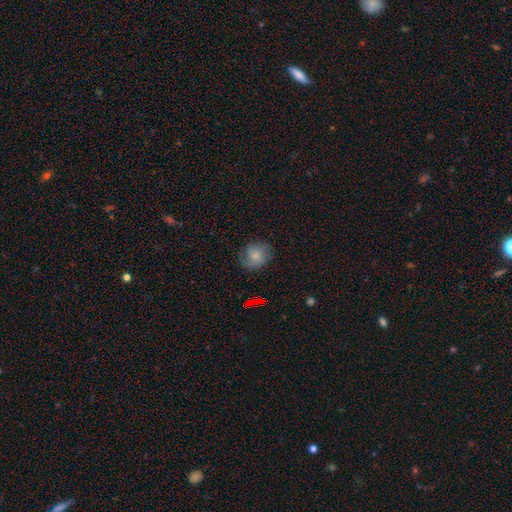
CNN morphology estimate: Overall: smooth (66%). How rounded: round (76%). Merging: none (66%).